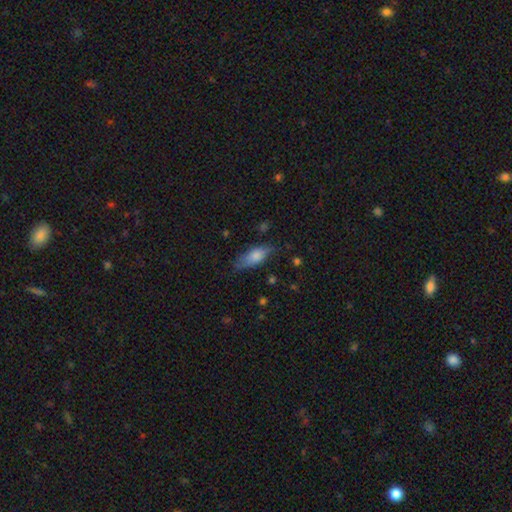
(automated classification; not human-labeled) A smooth galaxy with no disk features (73%) that is in between round and cigar-shaped (66%).

Vote fractions:
- Smooth or featured? smooth: 73% / featured or disk: 20% / star or artifact: 7%
- How rounded? in between: 66% / cigar-shaped: 31% / round: 3%
- Merging? none: 70% / minor disturbance: 23% / major disturbance: 5% / merger: 2%